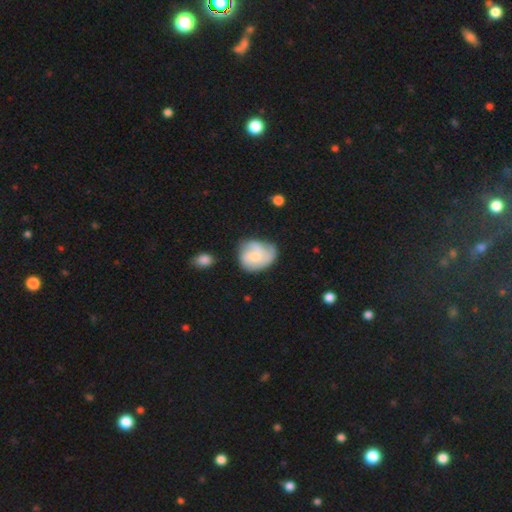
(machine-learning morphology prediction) A smooth galaxy with no disk features (49%). Merging: none (46%).